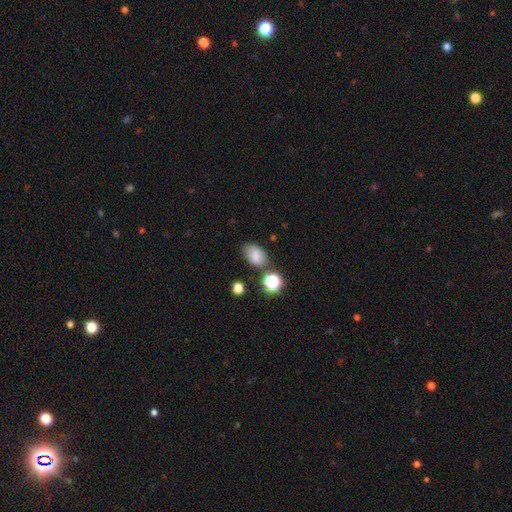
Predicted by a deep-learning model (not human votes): Smooth or featured?
  - smooth: 80% *
  - star or artifact: 12%
  - featured or disk: 8%
How rounded?
  - in between: 85% *
  - round: 14%
  - cigar-shaped: 1%
Merging?
  - none: 72% *
  - minor disturbance: 17%
  - merger: 7%
  - major disturbance: 4%